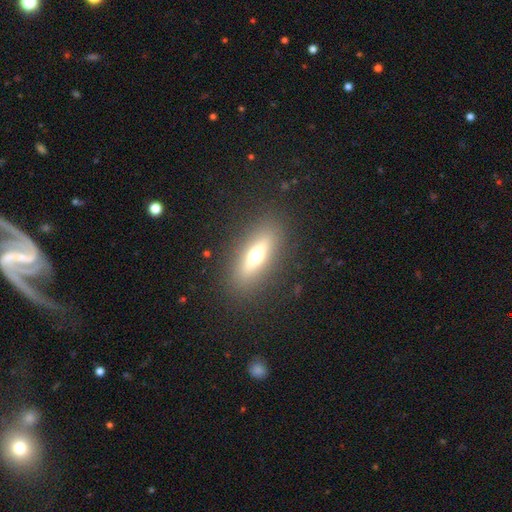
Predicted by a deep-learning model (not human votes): Q: Smooth or featured?
A: featured or disk (46%); runner-up: smooth (43%)
Q: Merging?
A: none (87%); runner-up: minor disturbance (8%)